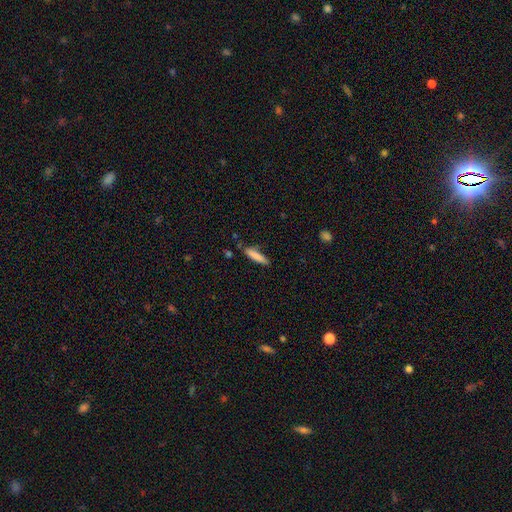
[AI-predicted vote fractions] Q: Smooth or featured?
A: smooth (81%); runner-up: featured or disk (12%)
Q: How rounded?
A: cigar-shaped (82%); runner-up: in between (17%)
Q: Merging?
A: none (75%); runner-up: minor disturbance (18%)